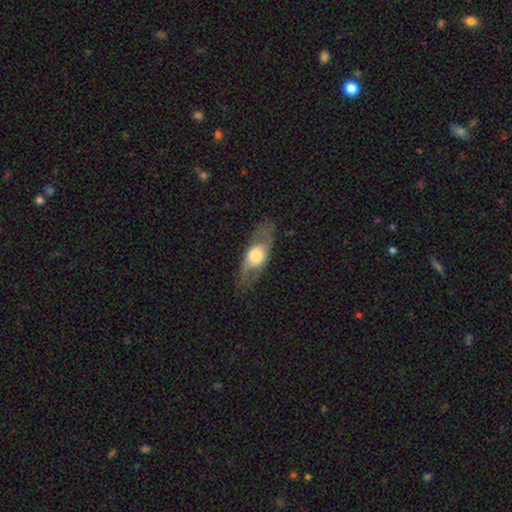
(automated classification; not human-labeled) A featured or disk galaxy (54%). Merging: none (78%).